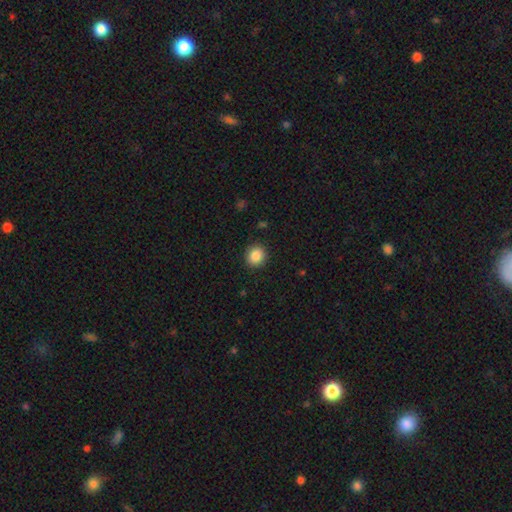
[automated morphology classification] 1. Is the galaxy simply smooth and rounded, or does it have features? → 87% smooth, 9% star or artifact, 4% featured or disk.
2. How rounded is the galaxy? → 88% round, 11% in between, 1% cigar-shaped.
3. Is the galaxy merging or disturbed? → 91% none, 6% minor disturbance, 2% major disturbance, 1% merger.